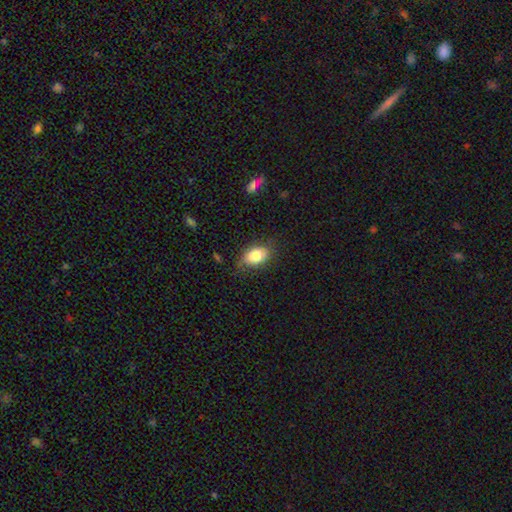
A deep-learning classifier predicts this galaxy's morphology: Overall: smooth (81%). How rounded: in between (86%). Merging: none (72%).